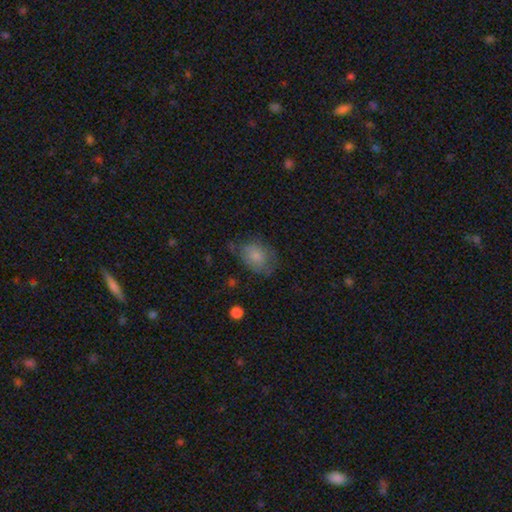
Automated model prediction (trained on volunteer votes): This is likely a smooth galaxy (75%). How rounded: likely in between (74%). Merging: possibly none (52%).